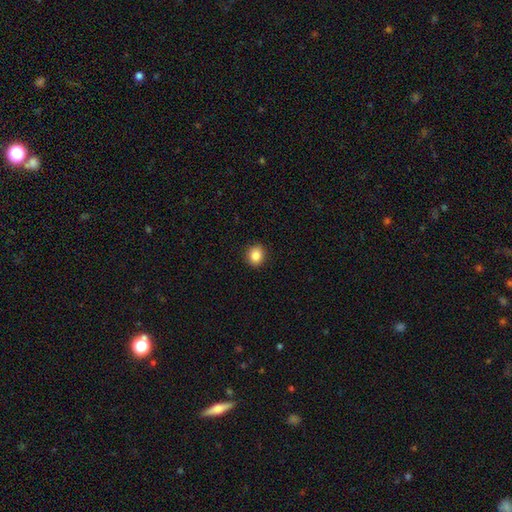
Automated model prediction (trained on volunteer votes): Smooth or featured: smooth — 86% (star or artifact — 10%)
How rounded: round — 72% (in between — 27%)
Merging: none — 91% (minor disturbance — 6%)